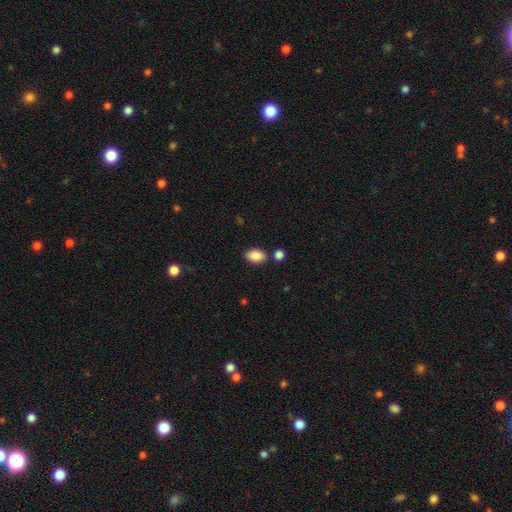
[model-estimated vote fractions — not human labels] Morphology: type=smooth (88%); roundness=in between (90%); merging=none (80%).